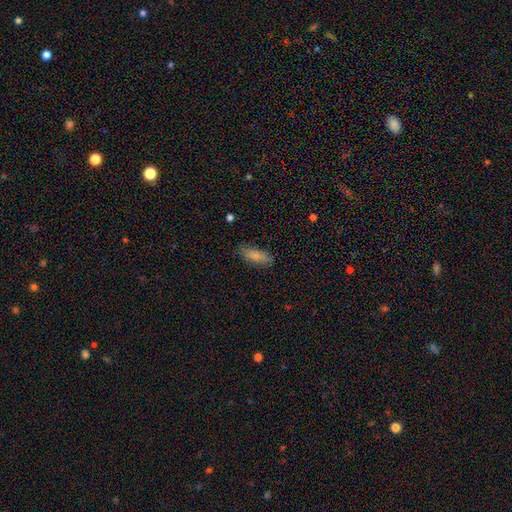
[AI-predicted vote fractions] smooth_or_featured: smooth (p=0.83) [alt: featured or disk p=0.10]
how_rounded: in between (p=0.72) [alt: cigar-shaped p=0.26]
merging: none (p=0.79) [alt: minor disturbance p=0.16]